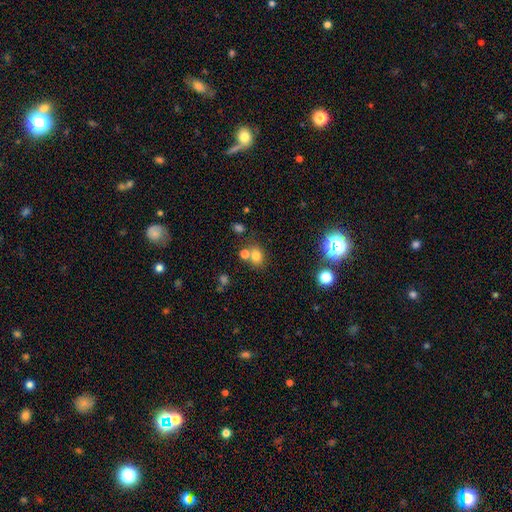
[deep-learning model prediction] This appears to be a smooth galaxy with no disk features (74%) that is round (61%). Merging: none (56%).